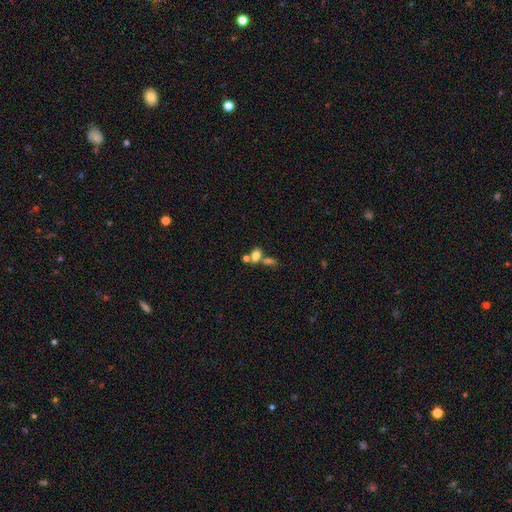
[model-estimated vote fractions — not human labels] smooth_or_featured: smooth (p=0.75) [alt: star or artifact p=0.13]
how_rounded: in between (p=0.77) [alt: round p=0.19]
merging: merger (p=0.47) [alt: none p=0.37]